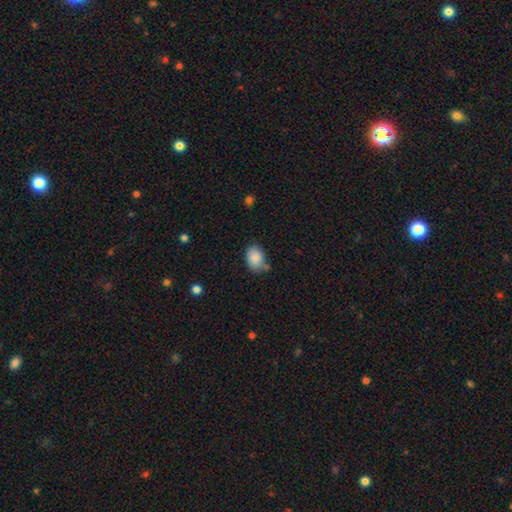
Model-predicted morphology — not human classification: Smooth or featured? smooth (87%)
How rounded? in between (74%)
Merging? none (67%)